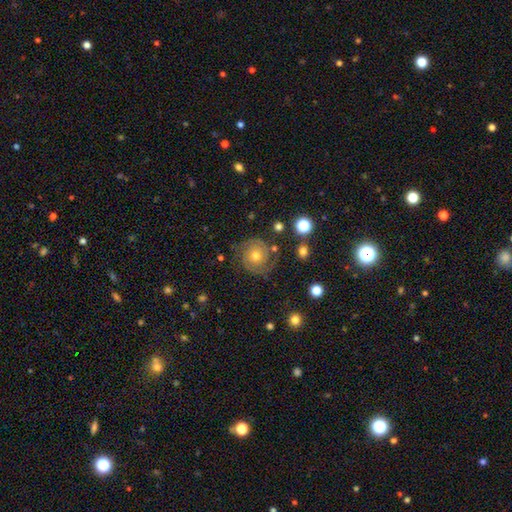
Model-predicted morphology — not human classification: Overall: featured or disk (75%). Edge-on disk: no (98%). Bar: no (82%). Spiral arms: yes (94%). Spiral arm count: 2 (75%). Spiral winding: tight (63%; medium 29%). Bulge size: moderate (67%). Merging: none (78%).